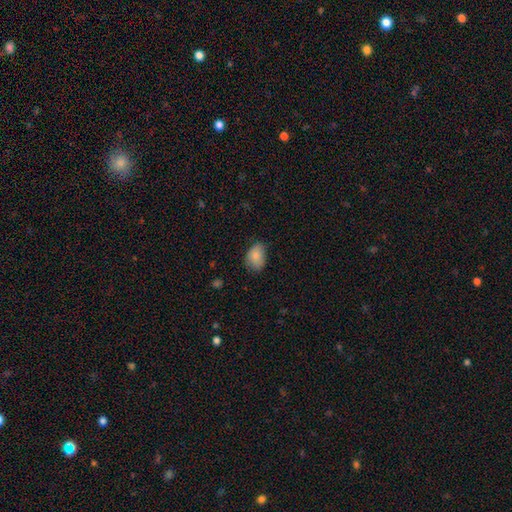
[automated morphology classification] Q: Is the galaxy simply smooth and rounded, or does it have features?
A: smooth — 85%.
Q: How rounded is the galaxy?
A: in between — 80%.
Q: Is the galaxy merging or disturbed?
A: none — 65%.